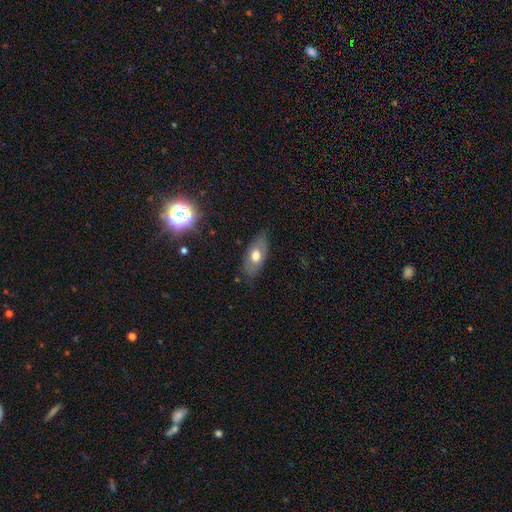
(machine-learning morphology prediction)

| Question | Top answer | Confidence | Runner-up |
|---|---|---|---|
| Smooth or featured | smooth | 61% | featured or disk (31%) |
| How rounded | in between | 87% | cigar-shaped (7%) |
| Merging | none | 78% | minor disturbance (17%) |